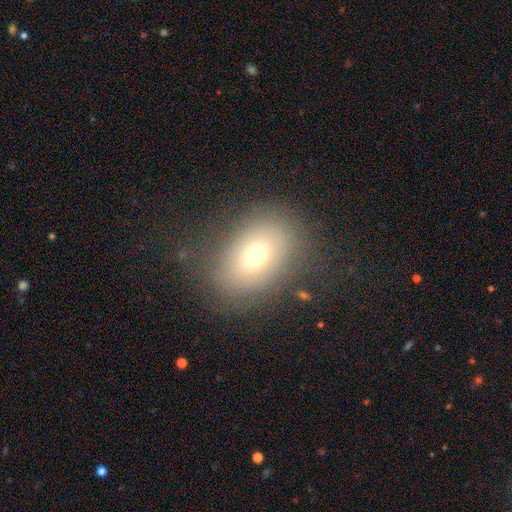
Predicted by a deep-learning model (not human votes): Q: Smooth or featured?
A: smooth (67%); runner-up: featured or disk (18%)
Q: How rounded?
A: in between (71%); runner-up: round (28%)
Q: Merging?
A: none (77%); runner-up: minor disturbance (14%)